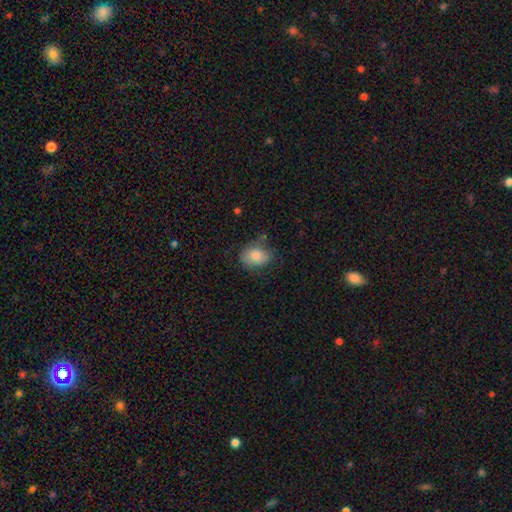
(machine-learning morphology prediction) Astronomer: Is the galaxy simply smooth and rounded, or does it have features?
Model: smooth — 80%.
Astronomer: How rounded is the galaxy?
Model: in between — 60% (runner-up: round, 39%).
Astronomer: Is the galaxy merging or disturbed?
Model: none — 65%.